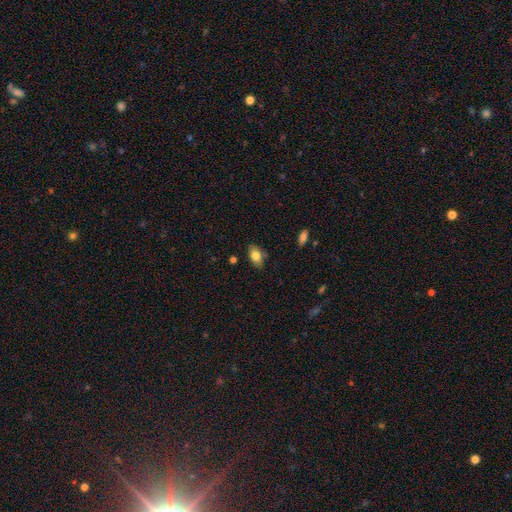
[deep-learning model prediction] Smooth or featured? Predicted: smooth (p=0.80). How rounded? Predicted: in between (p=0.89). Merging? Predicted: none (p=0.77).